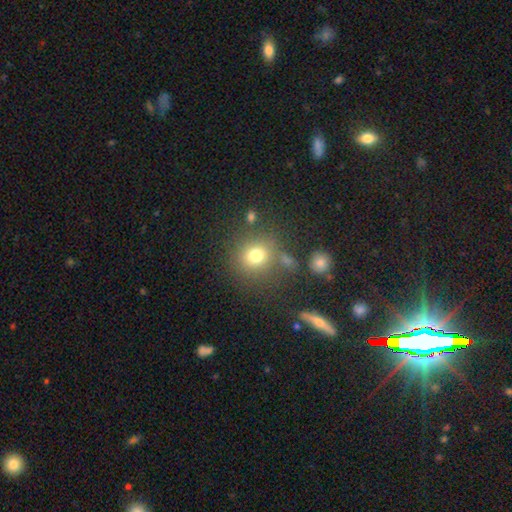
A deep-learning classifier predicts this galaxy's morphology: Q: Smooth or featured?
A: smooth (75%); runner-up: star or artifact (16%)
Q: How rounded?
A: round (87%); runner-up: in between (12%)
Q: Merging?
A: none (74%); runner-up: minor disturbance (11%)